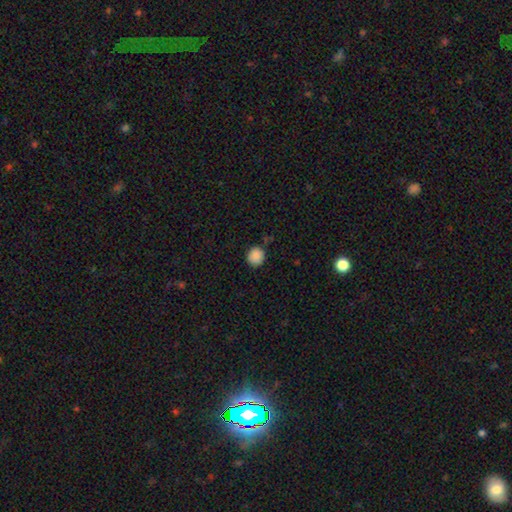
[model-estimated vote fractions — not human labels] A smooth galaxy with no disk features (88%) that is round (85%). Merging: none (81%).